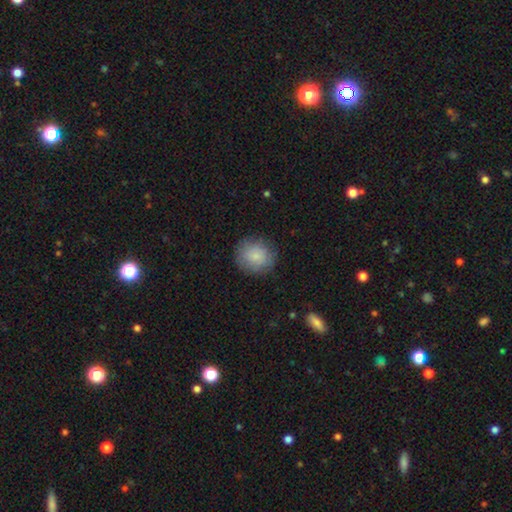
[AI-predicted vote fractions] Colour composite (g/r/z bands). It shows a smooth galaxy with no disk features (84%) that is round (87%). Merging: none (84%).